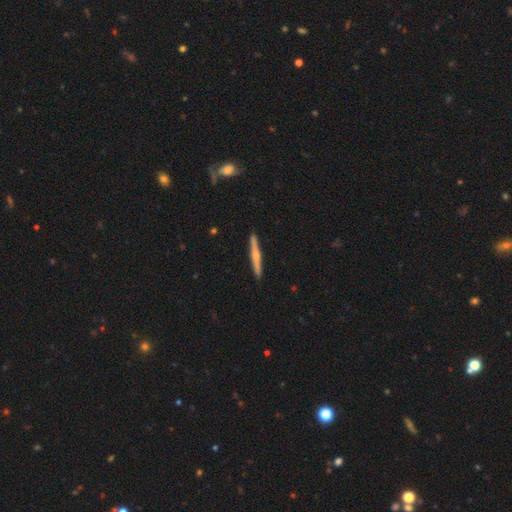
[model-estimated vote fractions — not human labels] featured or disk 60%, smooth 34%, star or artifact 5%. Down the decision tree: edge-on disk — yes (98%); edge-on bulge — rounded (76%); merging — none (92%).